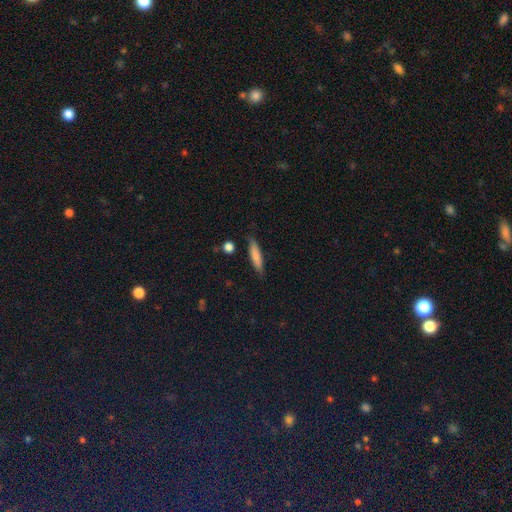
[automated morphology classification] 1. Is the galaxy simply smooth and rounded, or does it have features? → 79% smooth, 15% featured or disk, 6% star or artifact.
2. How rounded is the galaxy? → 82% cigar-shaped, 16% in between, 2% round.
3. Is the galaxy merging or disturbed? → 84% none, 12% minor disturbance, 2% major disturbance, 2% merger.